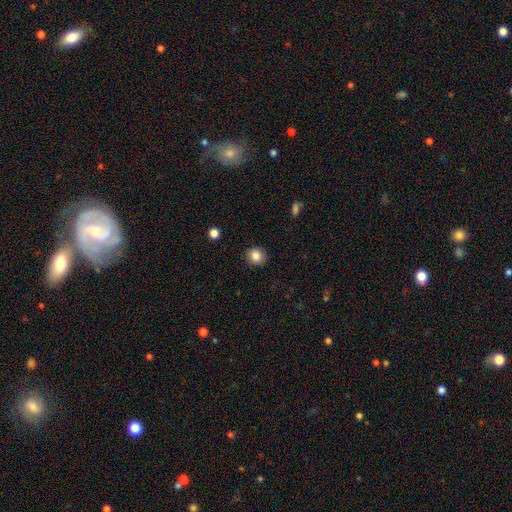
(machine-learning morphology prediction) A smooth galaxy with no disk features (85%) that is round (87%).

Vote fractions:
- Smooth or featured? smooth: 85% / star or artifact: 10% / featured or disk: 5%
- How rounded? round: 87% / in between: 12% / cigar-shaped: 1%
- Merging? none: 89% / minor disturbance: 8% / major disturbance: 2% / merger: 1%